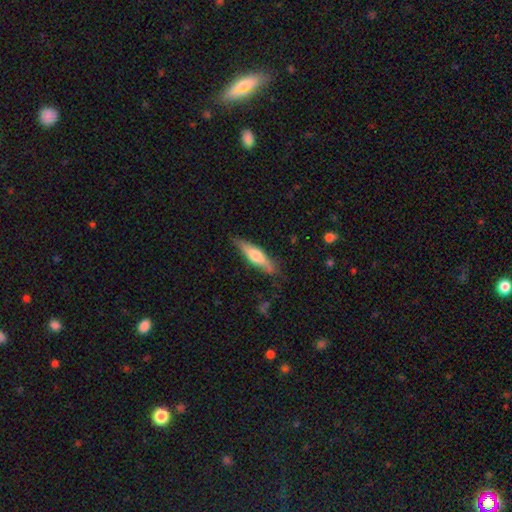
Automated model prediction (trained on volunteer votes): Smooth or featured: smooth — 57% (featured or disk — 38%)
How rounded: cigar-shaped — 72% (in between — 26%)
Merging: none — 79% (minor disturbance — 16%)